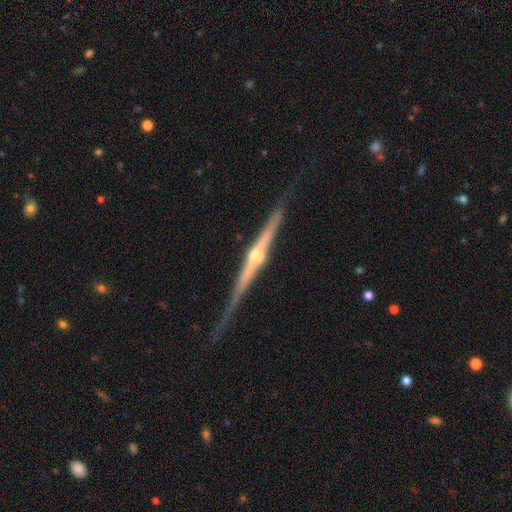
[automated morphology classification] Smooth or featured? featured or disk (84%)
Edge-on disk? yes (98%)
Edge-on bulge? rounded (91%)
Merging? none (76%)